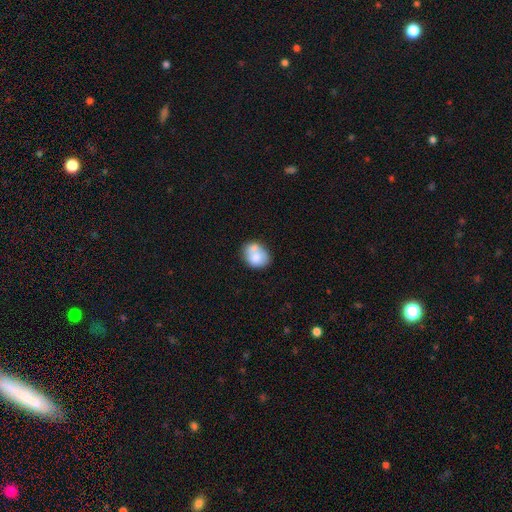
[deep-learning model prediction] Smooth or featured? Predicted: smooth (p=0.75). How rounded? Predicted: in between (p=0.57). Merging? Predicted: none (p=0.45).